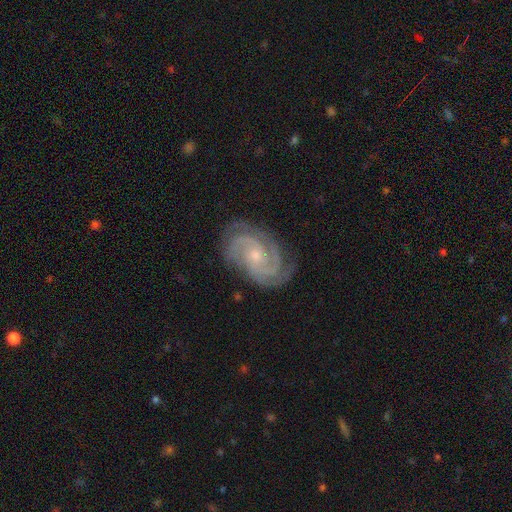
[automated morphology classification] smooth_or_featured: featured or disk (p=0.91) [alt: star or artifact p=0.05]
disk_edge_on: no (p=0.98) [alt: yes p=0.02]
bar: no (p=0.69) [alt: weak p=0.25]
has_spiral_arms: yes (p=0.98) [alt: no p=0.02]
spiral_winding: tight (p=0.65) [alt: medium p=0.32]
spiral_arm_count: 3 (p=0.40) [alt: 2 p=0.31]
bulge_size: small (p=0.63) [alt: moderate p=0.33]
merging: none (p=0.80) [alt: minor disturbance p=0.15]